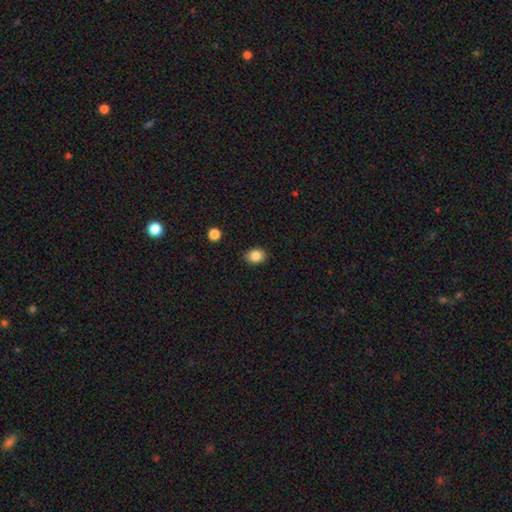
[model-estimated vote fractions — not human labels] smooth_or_featured: smooth (p=0.85) [alt: star or artifact p=0.09]
how_rounded: in between (p=0.54) [alt: round p=0.45]
merging: none (p=0.88) [alt: minor disturbance p=0.09]